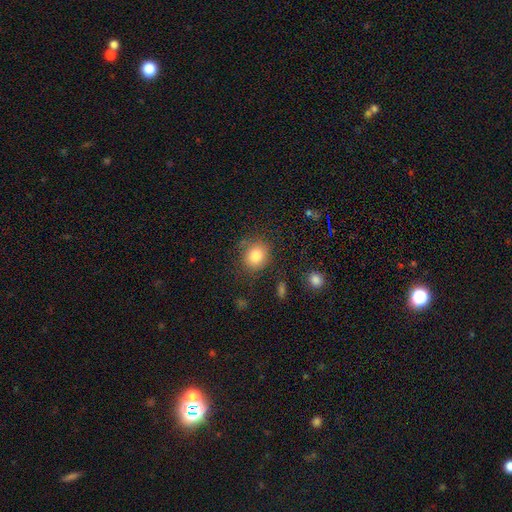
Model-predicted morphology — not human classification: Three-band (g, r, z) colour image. It shows a smooth galaxy with no disk features (81%) that is round (72%). Merging: none (82%).